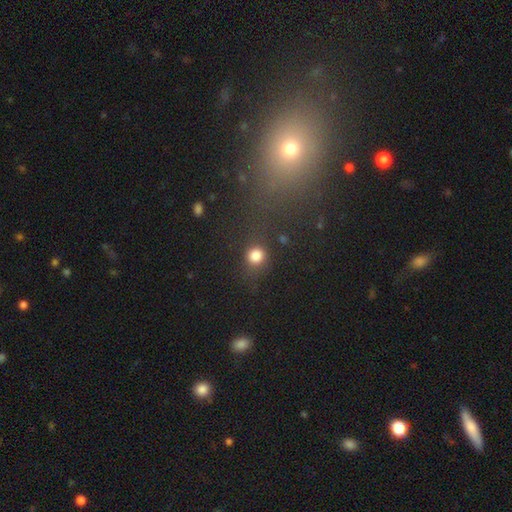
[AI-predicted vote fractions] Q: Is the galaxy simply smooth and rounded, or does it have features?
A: smooth — 81%.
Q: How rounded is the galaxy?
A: round — 82%.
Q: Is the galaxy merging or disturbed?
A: none — 73%.